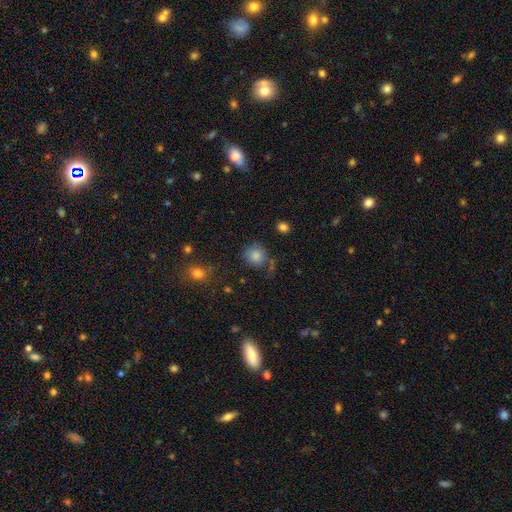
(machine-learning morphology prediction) This appears to be a smooth galaxy with no disk features (82%) that is round (87%). Merging: none (66%).